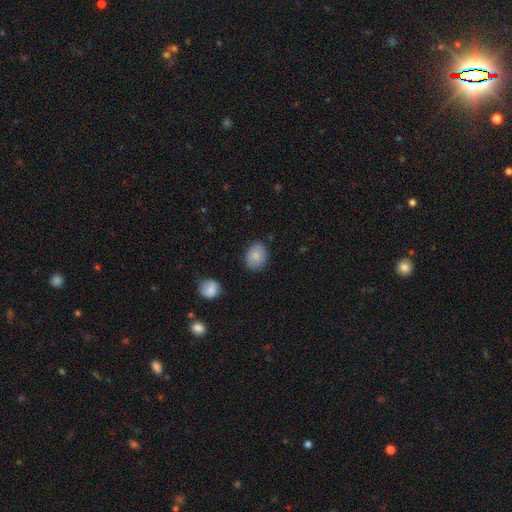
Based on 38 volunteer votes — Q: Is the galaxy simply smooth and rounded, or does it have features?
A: smooth — 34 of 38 (89%).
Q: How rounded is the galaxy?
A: in between — 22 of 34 (65%).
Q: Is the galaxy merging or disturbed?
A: none — 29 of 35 (83%).